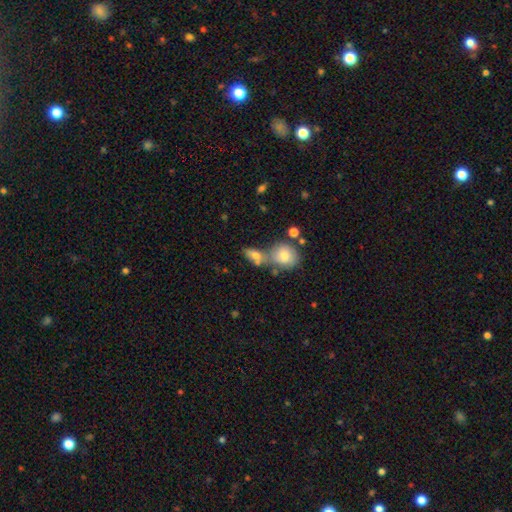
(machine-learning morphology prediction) Smooth or featured? smooth (74%)
How rounded? in between (74%)
Merging? merger (49%)